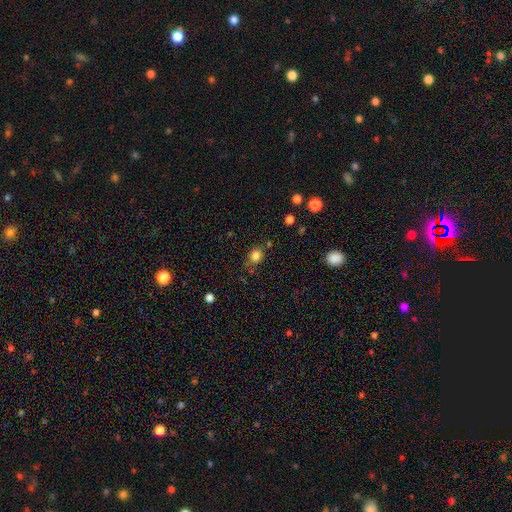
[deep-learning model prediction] This appears to be a smooth galaxy with no disk features (82%) that is round (70%). Merging: none (72%).